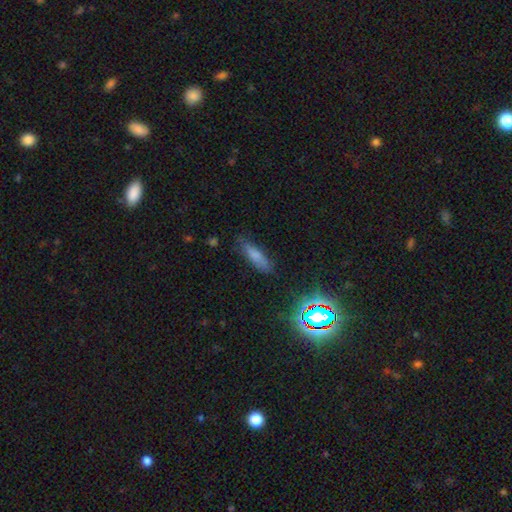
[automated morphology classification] Overall: smooth (71%). How rounded: cigar-shaped (52%; in between 45%). Merging: none (75%).